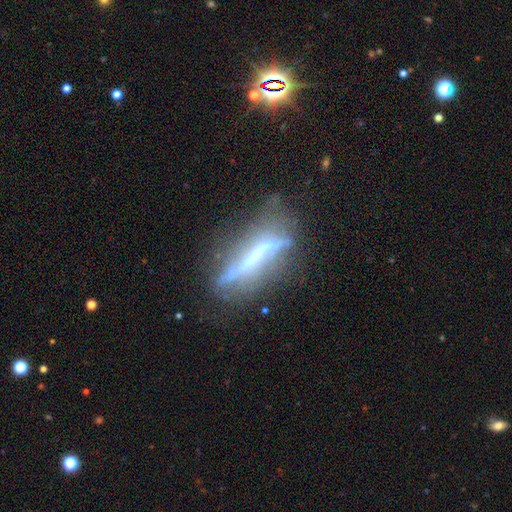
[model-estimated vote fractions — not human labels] The model was most divided on "edge-on disk": yes: 55%, no: 45%. More confident: smooth or featured — featured or disk (72%); merging — none (51%).